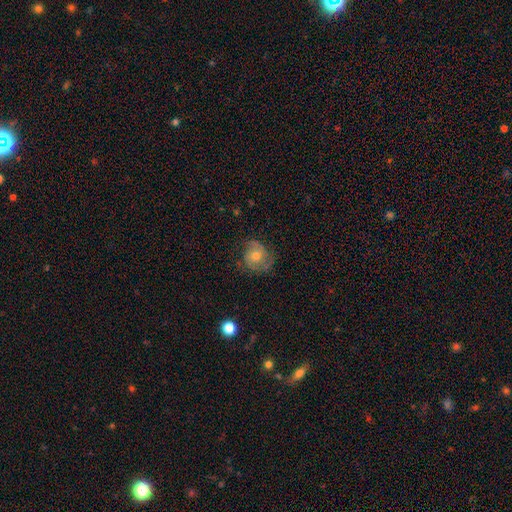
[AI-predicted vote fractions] Smooth or featured? Predicted: featured or disk (p=0.67). Edge-on disk? Predicted: no (p=0.97). Bar? Predicted: no (p=0.77). Spiral arms? Predicted: yes (p=0.90). Spiral winding? Predicted: tight (p=0.44). Spiral arm count? Predicted: 2 (p=0.62). Bulge size? Predicted: moderate (p=0.53). Merging? Predicted: none (p=0.71).